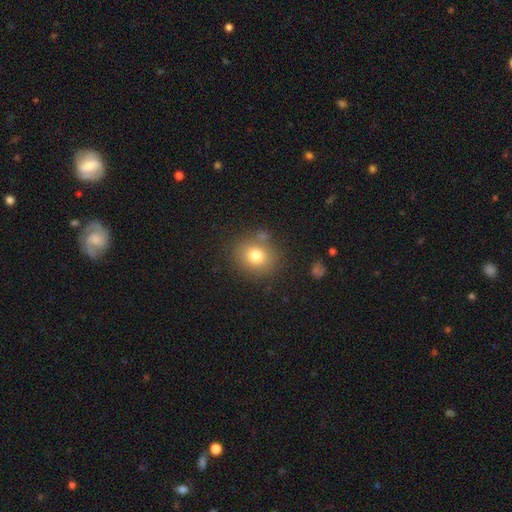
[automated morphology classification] Smooth or featured? smooth (77%)
How rounded? round (77%)
Merging? none (77%)